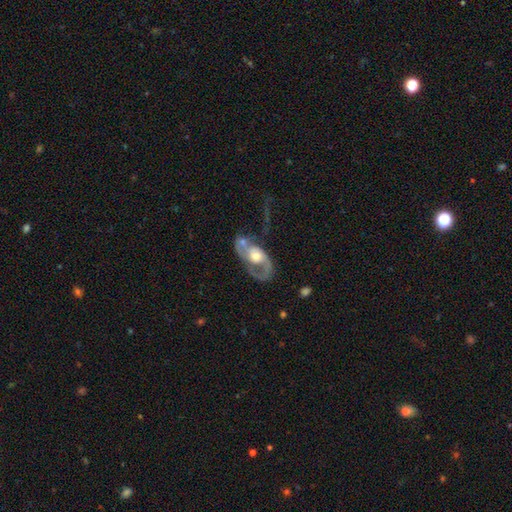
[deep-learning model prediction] A featured or disk galaxy (80%) with no bar (69%), 2 (70%) medium (45%) spiral arms (87%) and a moderate central bulge (65%).

Vote fractions:
- Smooth or featured? featured or disk: 80% / smooth: 15% / star or artifact: 6%
- Edge-on disk? no: 95% / yes: 5%
- Bar? no: 69% / weak: 24% / strong: 6%
- Spiral arms? yes: 87% / no: 13%
- Spiral winding? medium: 45% / loose: 34% / tight: 22%
- Spiral arm count? 2: 70% / 1: 19% / can't tell: 8% / 3: 2% / 4: 1% / more than 4: 1%
- Bulge size? moderate: 65% / small: 18% / large: 14% / none: 2% / dominant: 1%
- Merging? none: 36% / major disturbance: 29% / minor disturbance: 18% / merger: 17%